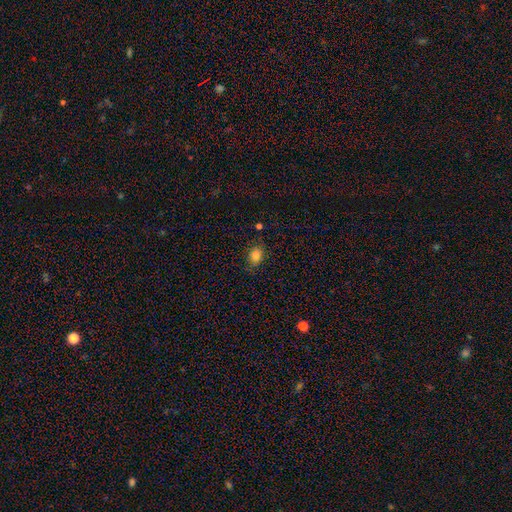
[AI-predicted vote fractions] Q: Smooth or featured?
A: smooth (81%); runner-up: star or artifact (12%)
Q: How rounded?
A: in between (61%); runner-up: round (38%)
Q: Merging?
A: none (76%); runner-up: minor disturbance (18%)